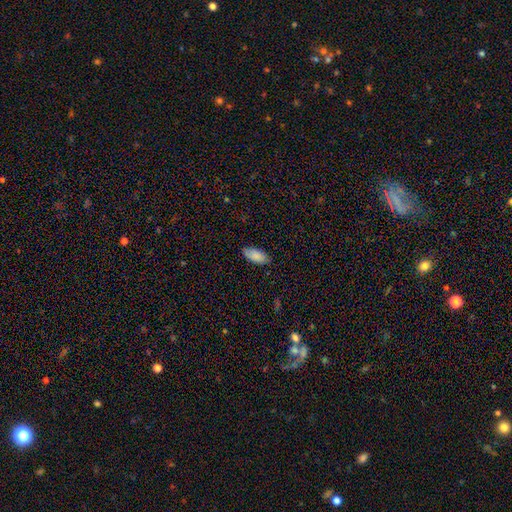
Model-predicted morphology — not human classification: smooth-or-featured: smooth: 87% | featured or disk: 7% | star or artifact: 6%
  how-rounded: in between: 89% | cigar-shaped: 9% | round: 2%
  merging: none: 84% | minor disturbance: 13% | major disturbance: 2% | merger: 1%